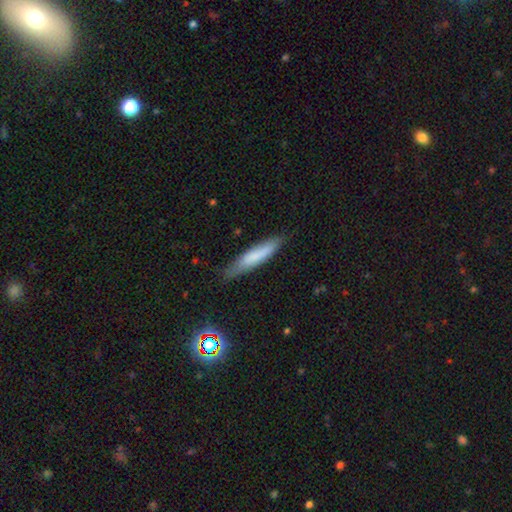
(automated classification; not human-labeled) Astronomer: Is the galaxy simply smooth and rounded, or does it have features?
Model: smooth — 72%.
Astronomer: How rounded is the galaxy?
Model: cigar-shaped — 85%.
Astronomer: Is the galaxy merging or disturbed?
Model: none — 77%.